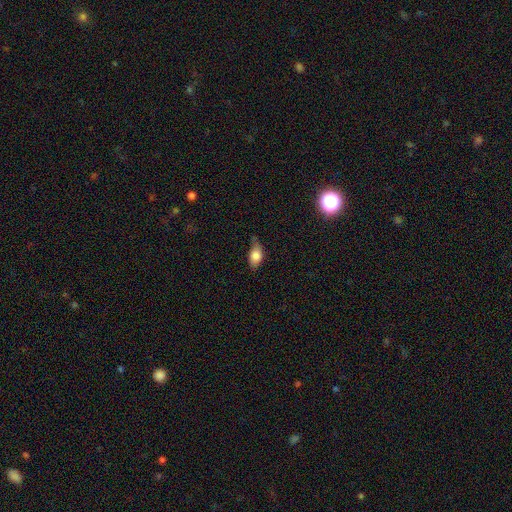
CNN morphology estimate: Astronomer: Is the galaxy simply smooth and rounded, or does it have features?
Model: smooth — 78%.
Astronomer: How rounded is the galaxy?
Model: in between — 84%.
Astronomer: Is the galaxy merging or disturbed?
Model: none — 48% (runner-up: minor disturbance, 39%).